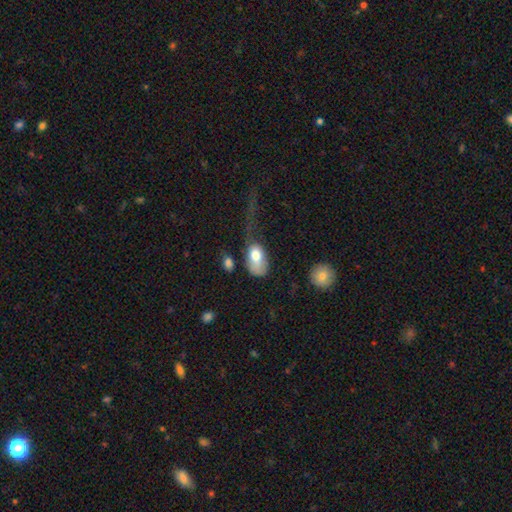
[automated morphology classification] smooth 75%, featured or disk 19%, star or artifact 7%. Down the decision tree: how rounded — in between (90%); merging — major disturbance (54%).